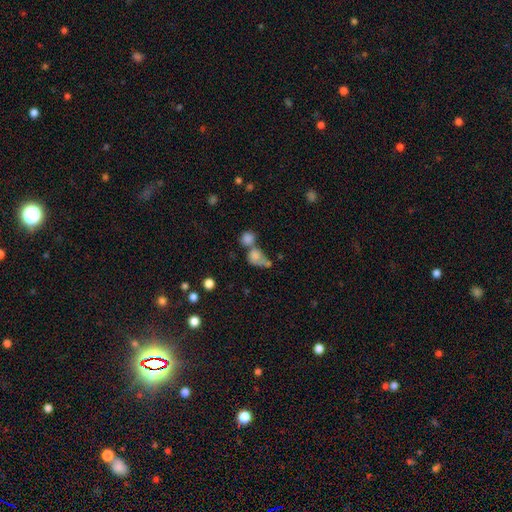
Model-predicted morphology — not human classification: smooth-or-featured: smooth: 74% | featured or disk: 15% | star or artifact: 11%
  how-rounded: round: 52% | in between: 45% | cigar-shaped: 3%
  merging: merger: 58% | none: 22% | major disturbance: 10% | minor disturbance: 10%